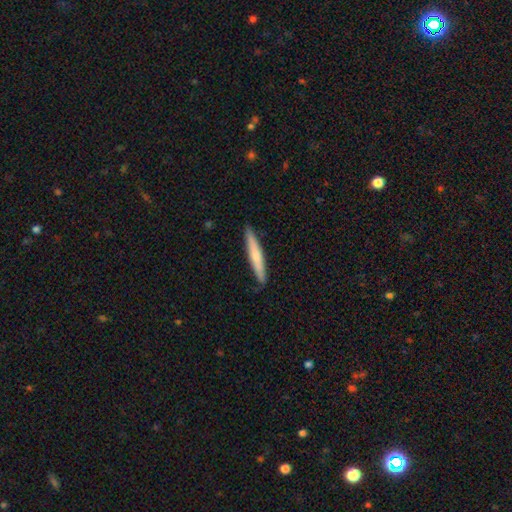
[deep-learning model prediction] The model was most divided on "smooth or featured": smooth: 66%, featured or disk: 29%, star or artifact: 5%. More confident: how rounded — cigar-shaped (95%); merging — none (90%).